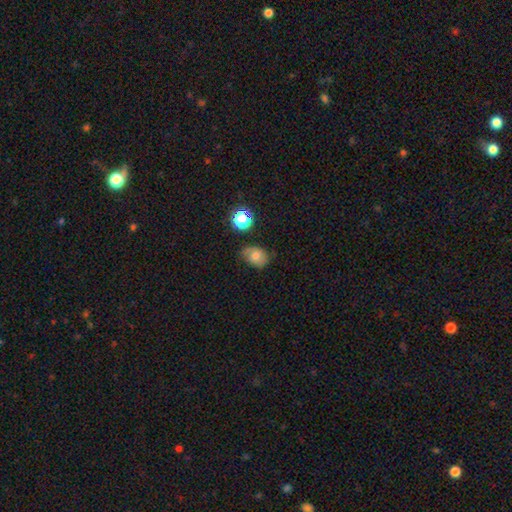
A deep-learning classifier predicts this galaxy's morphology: smooth-or-featured: smooth: 73% | featured or disk: 15% | star or artifact: 12%
  how-rounded: in between: 69% | round: 30% | cigar-shaped: 1%
  merging: none: 62% | minor disturbance: 28% | major disturbance: 6% | merger: 3%